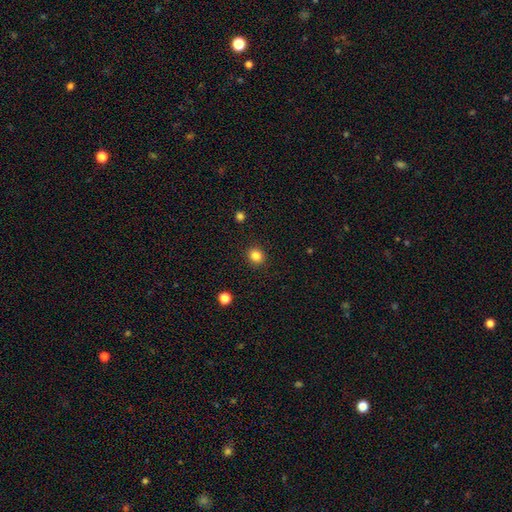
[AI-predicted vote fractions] This appears to be a smooth galaxy with no disk features (84%) that is round (79%). Merging: none (91%).